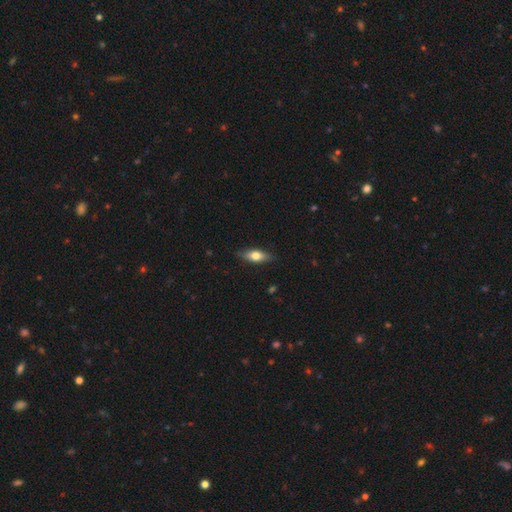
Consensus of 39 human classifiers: A smooth galaxy with no disk features (62%) that is in between round and cigar-shaped (71%).

Vote fractions:
- Smooth or featured? smooth: 62% / featured or disk: 31% / star or artifact: 8%
- How rounded? in between: 71% / cigar-shaped: 29% / round: 0%
- Merging? none: 86% / minor disturbance: 14% / major disturbance: 0% / merger: 0%